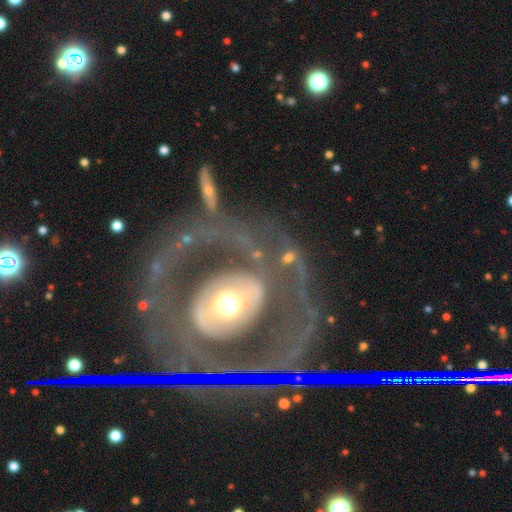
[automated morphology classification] Overall: featured or disk (74%). Edge-on disk: no (93%). Bar: no (75%). Spiral arms: no (55%; yes 45%). Bulge size: moderate (58%; small 20%). Merging: none (68%).